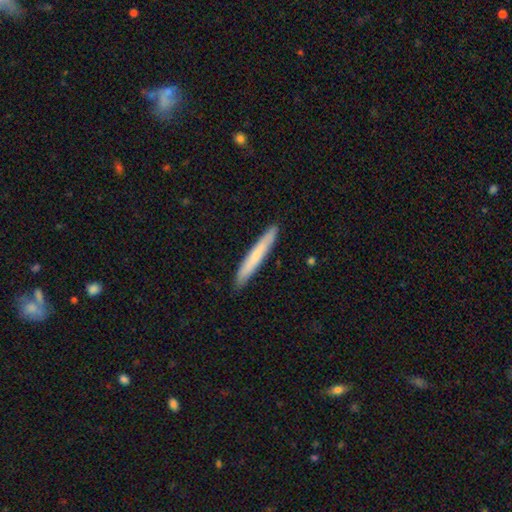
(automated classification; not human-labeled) Morphology: type=smooth (68%); roundness=cigar-shaped (96%); merging=none (90%).